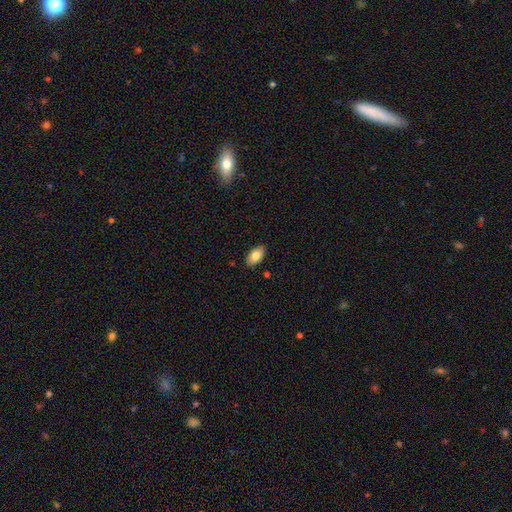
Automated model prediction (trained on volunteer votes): Overall: smooth (82%). How rounded: in between (94%). Merging: none (88%).